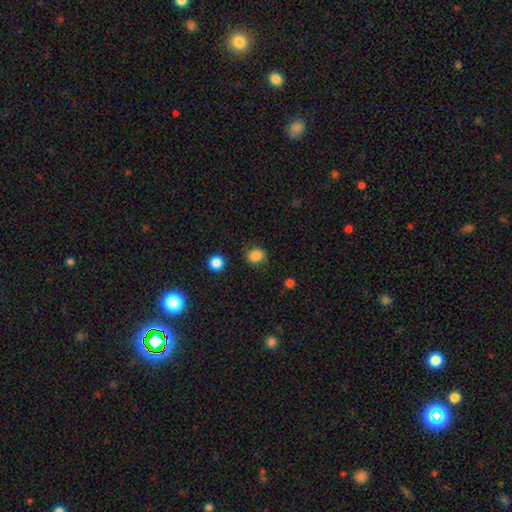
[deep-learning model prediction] This appears to be a smooth galaxy with no disk features (84%) that is round (73%). Merging: none (79%).